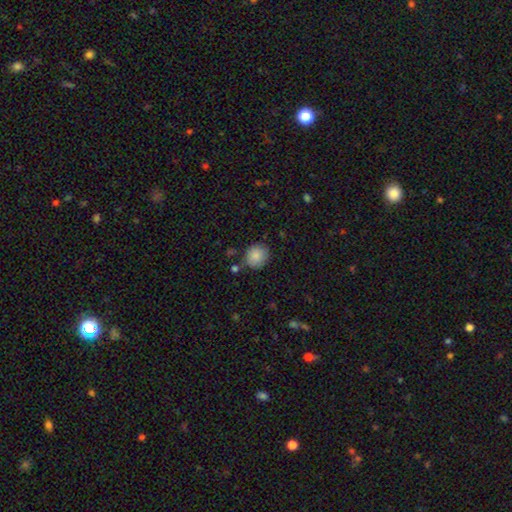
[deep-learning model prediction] The model was most divided on "how rounded": round: 80%, in between: 19%, cigar-shaped: 1%. More confident: smooth or featured — smooth (86%); merging — none (77%).